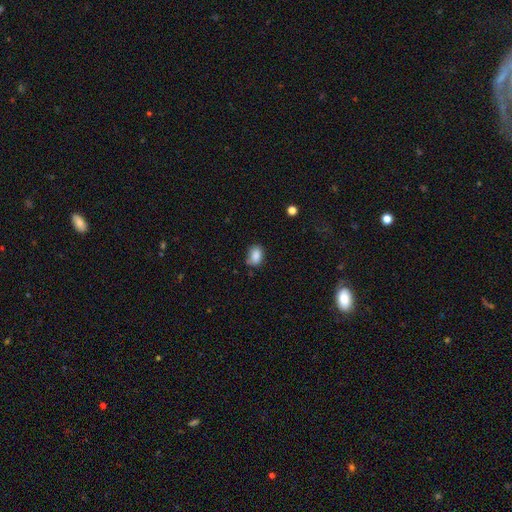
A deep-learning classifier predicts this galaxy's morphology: smooth 86%, star or artifact 9%, featured or disk 5%. Down the decision tree: how rounded — in between (78%); merging — none (68%).